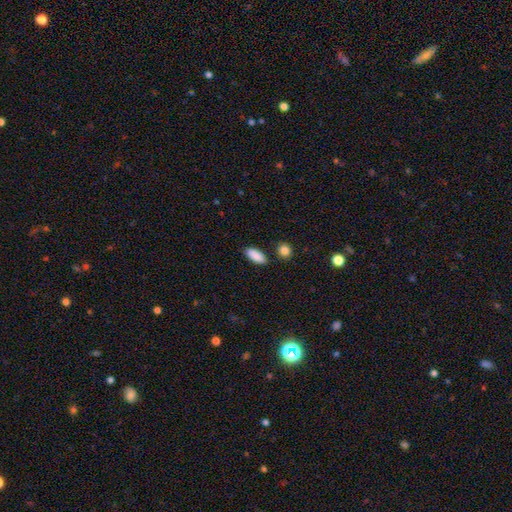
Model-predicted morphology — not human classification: smooth-or-featured: smooth: 90% | star or artifact: 6% | featured or disk: 4%
  how-rounded: in between: 84% | cigar-shaped: 13% | round: 3%
  merging: none: 85% | minor disturbance: 9% | merger: 3% | major disturbance: 2%